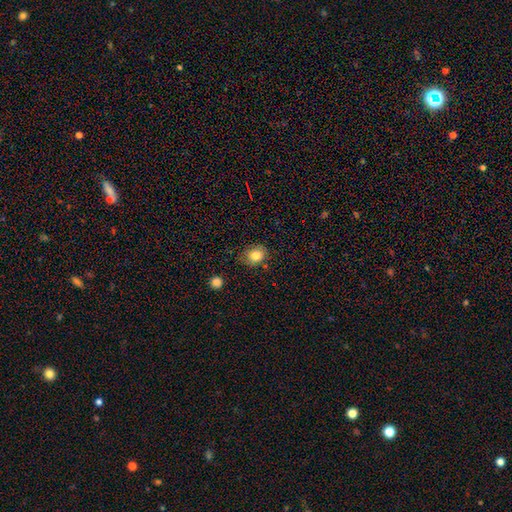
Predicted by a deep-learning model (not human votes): Smooth or featured? smooth (82%)
How rounded? round (55%)
Merging? none (73%)